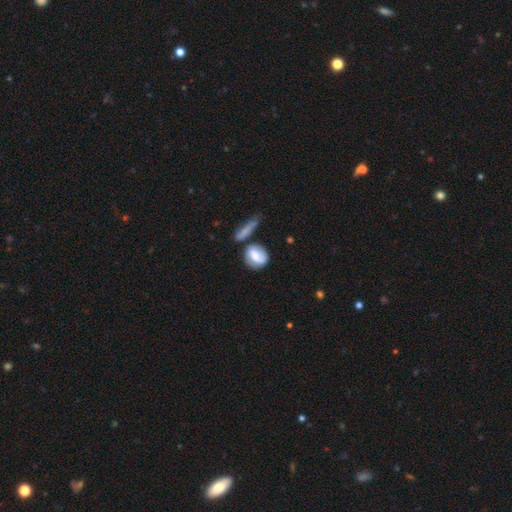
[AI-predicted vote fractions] This appears to be a smooth galaxy with no disk features (57%) that is round (53%). Merging: none (48%).